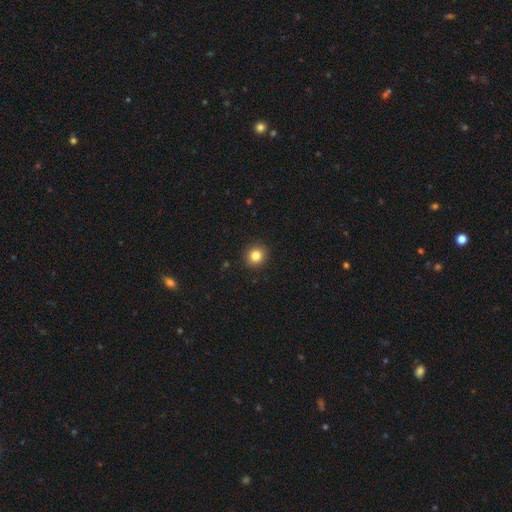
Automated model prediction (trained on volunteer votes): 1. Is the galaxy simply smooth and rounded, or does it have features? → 83% smooth, 11% star or artifact, 6% featured or disk.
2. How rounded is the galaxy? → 86% round, 13% in between, 1% cigar-shaped.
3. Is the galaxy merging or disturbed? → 92% none, 5% minor disturbance, 2% major disturbance, 1% merger.